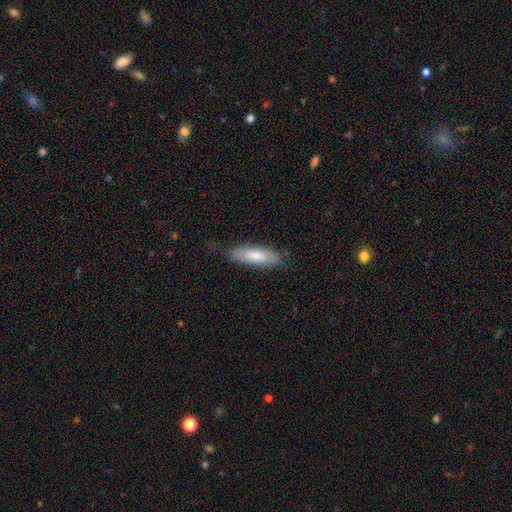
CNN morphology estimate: Smooth or featured? Predicted: smooth (p=0.74). How rounded? Predicted: in between (p=0.55). Merging? Predicted: none (p=0.75).